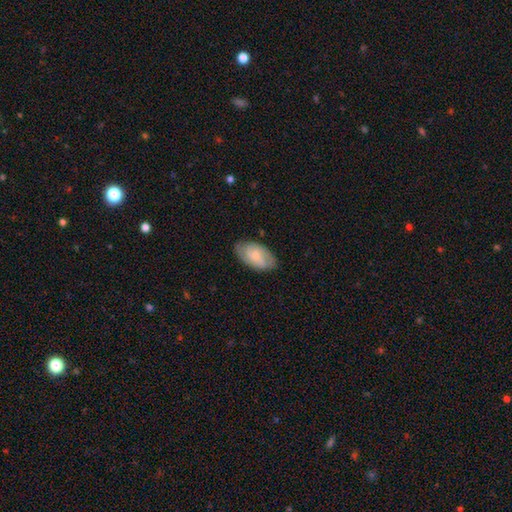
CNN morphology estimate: A smooth galaxy with no disk features (49%).

Vote fractions:
- Smooth or featured? smooth: 49% / featured or disk: 45% / star or artifact: 6%
- Merging? none: 77% / minor disturbance: 18% / major disturbance: 4% / merger: 1%